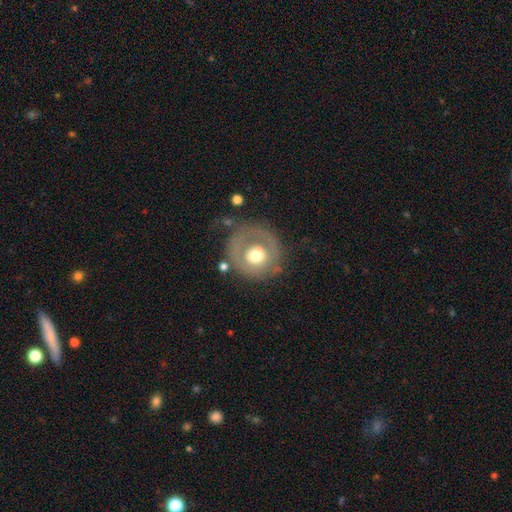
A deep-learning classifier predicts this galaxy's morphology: This appears to be a featured or disk galaxy (50%). Merging: none (55%).